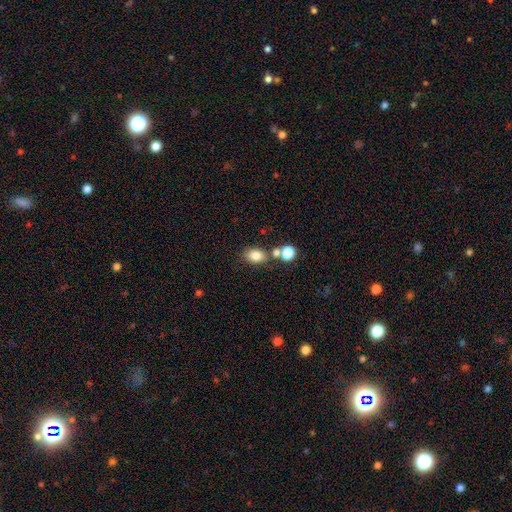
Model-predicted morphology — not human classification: This is clearly a smooth galaxy (81%). How rounded: likely in between (75%). Merging: likely none (66%).